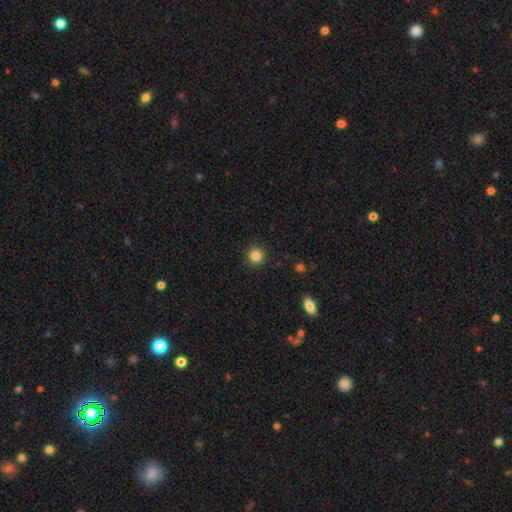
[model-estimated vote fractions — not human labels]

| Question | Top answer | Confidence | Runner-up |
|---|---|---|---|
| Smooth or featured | smooth | 84% | star or artifact (12%) |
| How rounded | round | 95% | in between (5%) |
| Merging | none | 92% | minor disturbance (5%) |